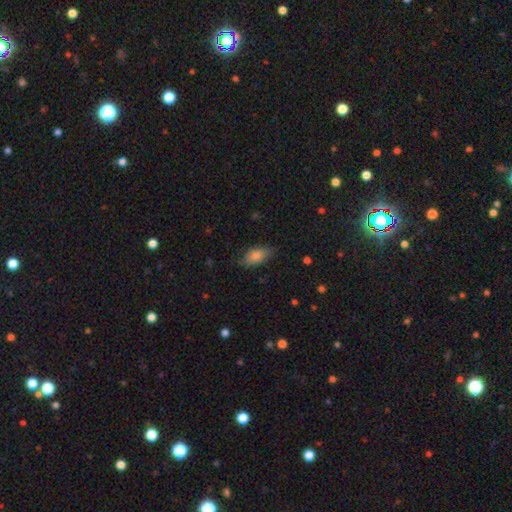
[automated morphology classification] smooth_or_featured: smooth (p=0.78) [alt: featured or disk p=0.14]
how_rounded: in between (p=0.87) [alt: cigar-shaped p=0.09]
merging: none (p=0.77) [alt: minor disturbance p=0.18]